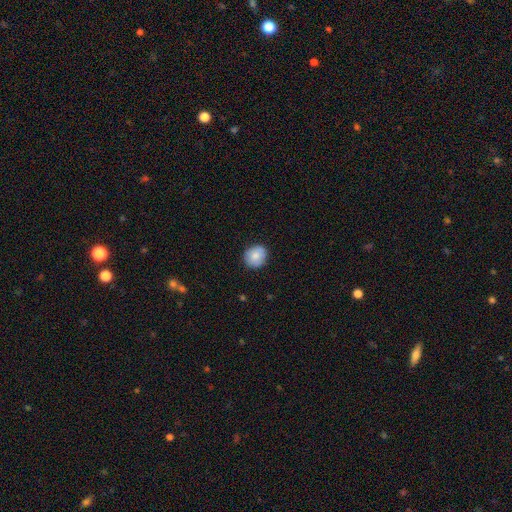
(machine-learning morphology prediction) Smooth or featured? Predicted: smooth (p=0.84). How rounded? Predicted: round (p=0.81). Merging? Predicted: none (p=0.86).